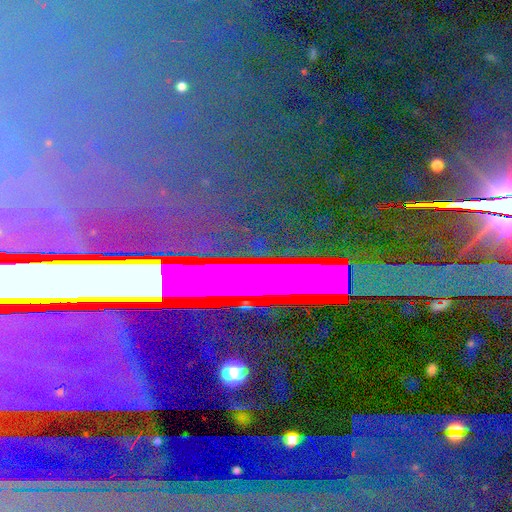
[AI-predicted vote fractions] A star or artifact, not a galaxy (79%).

Vote fractions:
- Smooth or featured? star or artifact: 79% / featured or disk: 12% / smooth: 9%